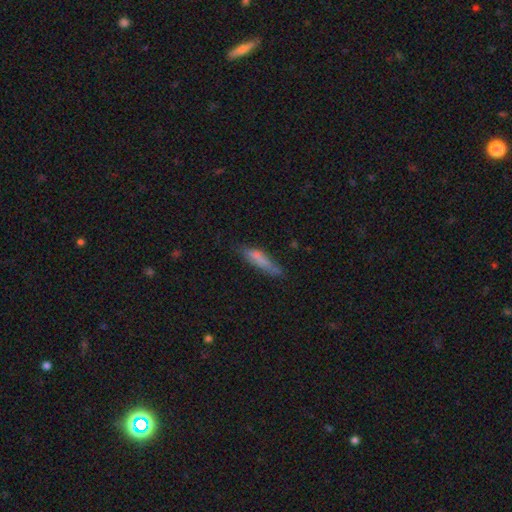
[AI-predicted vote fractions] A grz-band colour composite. It shows a smooth galaxy with no disk features (70%) that is cigar-shaped (83%). Merging: none (65%).